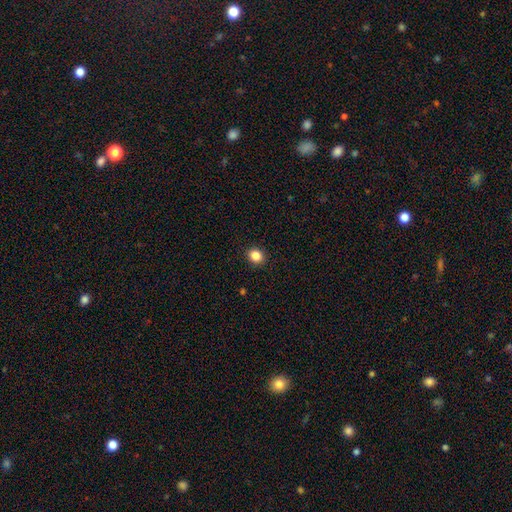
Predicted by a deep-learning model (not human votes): smooth 85%, star or artifact 11%, featured or disk 4%. Down the decision tree: how rounded — round (76%); merging — none (92%).